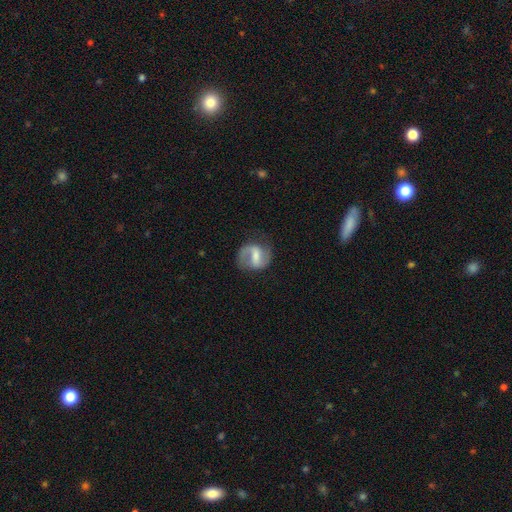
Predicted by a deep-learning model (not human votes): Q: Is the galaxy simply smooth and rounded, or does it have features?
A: featured or disk — 78%.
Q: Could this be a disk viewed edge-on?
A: no — 97%.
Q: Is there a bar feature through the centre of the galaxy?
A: weak — 45%.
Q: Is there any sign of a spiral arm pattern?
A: yes — 92%.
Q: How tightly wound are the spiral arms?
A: medium — 49%.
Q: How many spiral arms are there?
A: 2 — 84%.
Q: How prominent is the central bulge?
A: moderate — 41%.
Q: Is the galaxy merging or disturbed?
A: none — 73%.